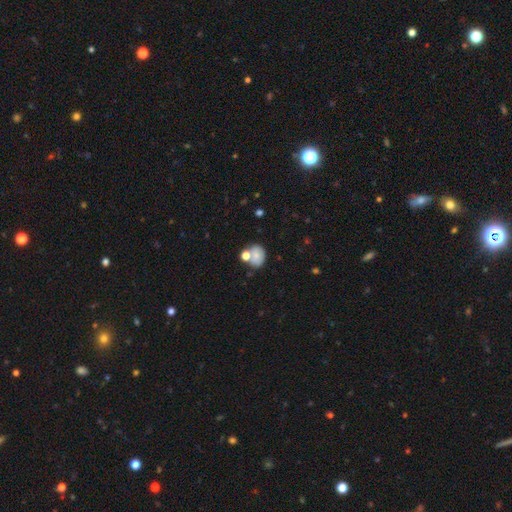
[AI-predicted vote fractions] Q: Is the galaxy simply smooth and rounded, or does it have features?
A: smooth — 71%.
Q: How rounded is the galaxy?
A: round — 55%.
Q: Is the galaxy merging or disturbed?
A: none — 49%.